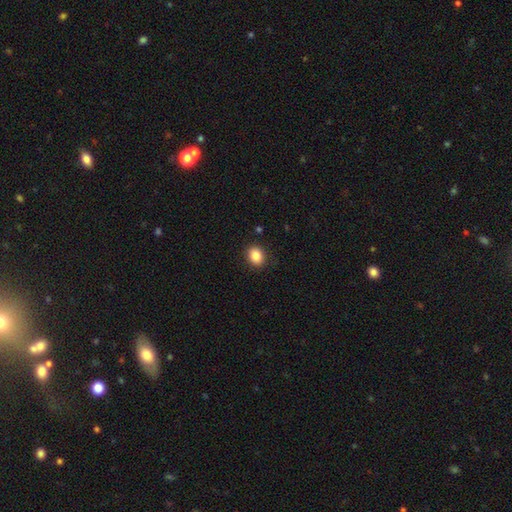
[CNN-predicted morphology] This is clearly a smooth galaxy (86%). How rounded: possibly in between (50%). Merging: clearly none (89%).